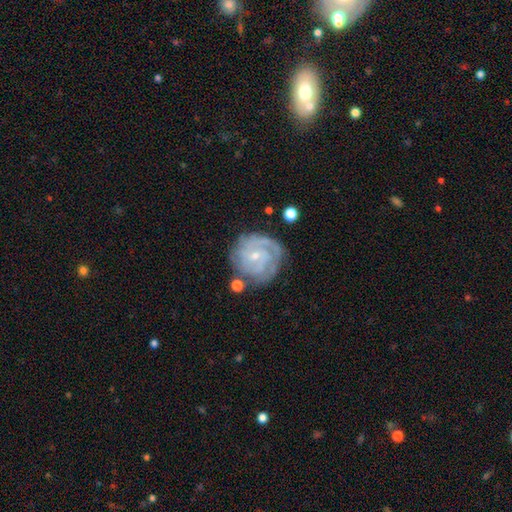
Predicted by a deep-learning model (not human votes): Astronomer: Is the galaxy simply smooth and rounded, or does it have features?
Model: featured or disk — 86%.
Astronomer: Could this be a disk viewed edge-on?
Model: no — 98%.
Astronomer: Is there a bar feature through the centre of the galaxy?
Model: no — 60%.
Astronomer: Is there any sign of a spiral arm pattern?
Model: yes — 97%.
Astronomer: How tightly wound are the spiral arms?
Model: tight — 75%.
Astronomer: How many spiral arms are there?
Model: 3 — 33% (runner-up: 2, 23%).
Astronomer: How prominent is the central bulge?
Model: small — 75%.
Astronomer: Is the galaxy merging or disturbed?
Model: none — 73%.